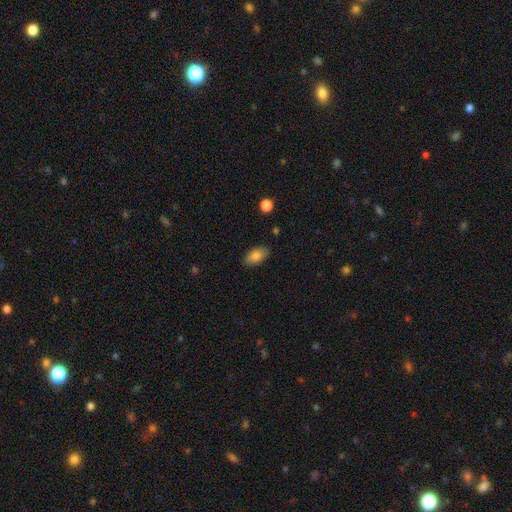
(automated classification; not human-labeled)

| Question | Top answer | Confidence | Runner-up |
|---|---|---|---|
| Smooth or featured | smooth | 82% | featured or disk (10%) |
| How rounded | in between | 93% | round (5%) |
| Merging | none | 85% | minor disturbance (11%) |